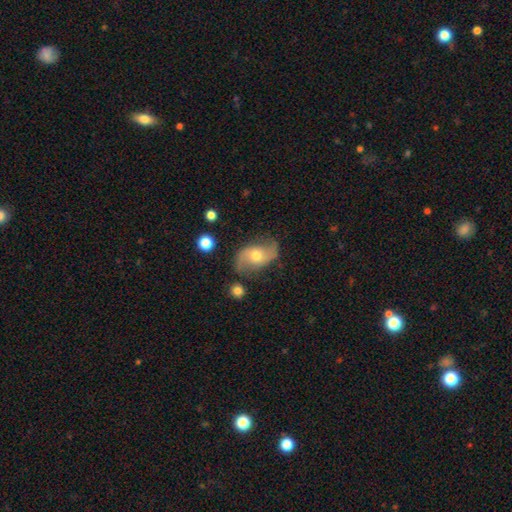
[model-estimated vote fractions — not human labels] A featured or disk galaxy (77%) with no bar (68%), 2 (91%) loose (62%) spiral arms (93%) and a moderate central bulge (62%). Merging: none (75%).